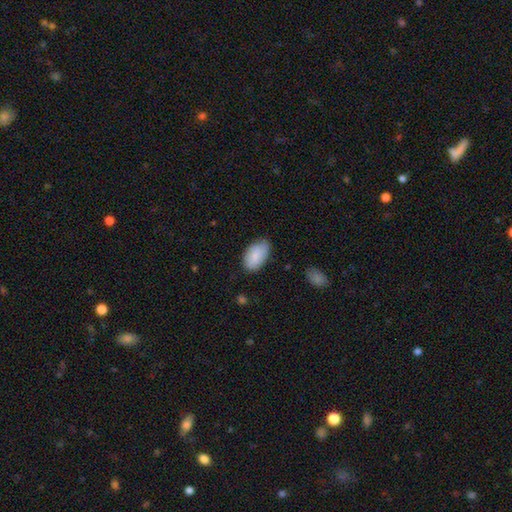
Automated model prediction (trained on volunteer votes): Smooth or featured: smooth — 84% (featured or disk — 10%)
How rounded: in between — 94% (round — 4%)
Merging: none — 74% (minor disturbance — 21%)